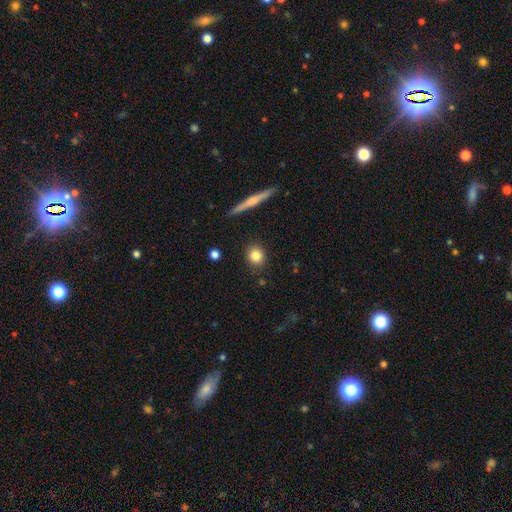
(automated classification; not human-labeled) smooth-or-featured: smooth: 81% | featured or disk: 10% | star or artifact: 9%
  how-rounded: round: 81% | in between: 16% | cigar-shaped: 3%
  merging: none: 87% | minor disturbance: 8% | major disturbance: 2% | merger: 2%